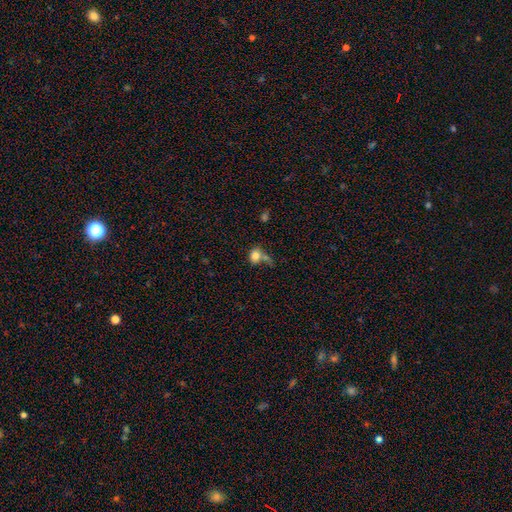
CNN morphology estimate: smooth_or_featured: smooth (p=0.80) [alt: star or artifact p=0.10]
how_rounded: in between (p=0.51) [alt: round p=0.47]
merging: none (p=0.36) [alt: merger p=0.31]